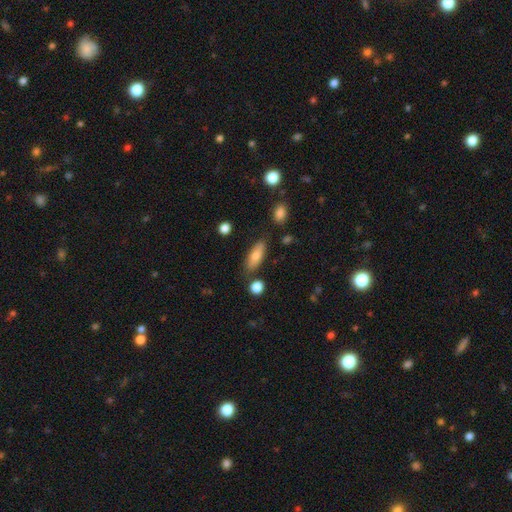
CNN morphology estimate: Overall: smooth (77%). How rounded: in between (67%; cigar-shaped 30%). Merging: none (79%).